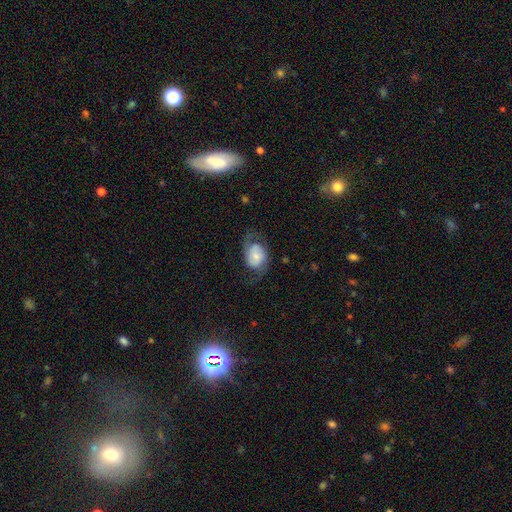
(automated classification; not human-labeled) smooth-or-featured: featured or disk: 60% | smooth: 32% | star or artifact: 8%
  disk-edge-on: no: 96% | yes: 4%
    bar: no: 65% | weak: 27% | strong: 8%
    has-spiral-arms: yes: 89% | no: 11%
      spiral-winding: loose: 45% | medium: 41% | tight: 14%
      spiral-arm-count: 2: 89% | can't tell: 5% | 1: 3% | 3: 1% | 4: 1% | more than 4: 1%
    bulge-size: small: 44% | moderate: 26% | large: 12% | none: 10% | dominant: 9%
  merging: none: 59% | minor disturbance: 20% | major disturbance: 19% | merger: 2%